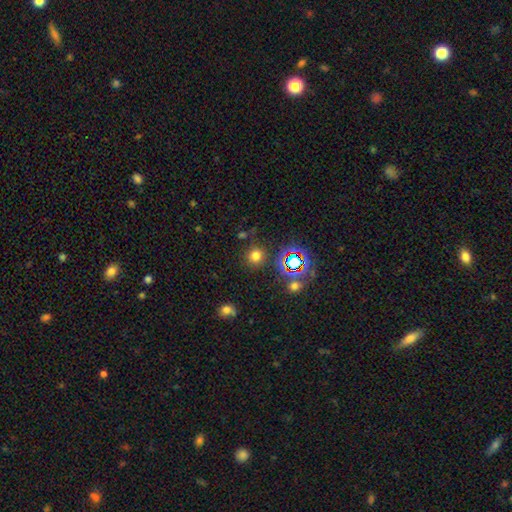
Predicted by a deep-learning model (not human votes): This appears to be a smooth galaxy with no disk features (68%) that is round (91%). Merging: none (84%).